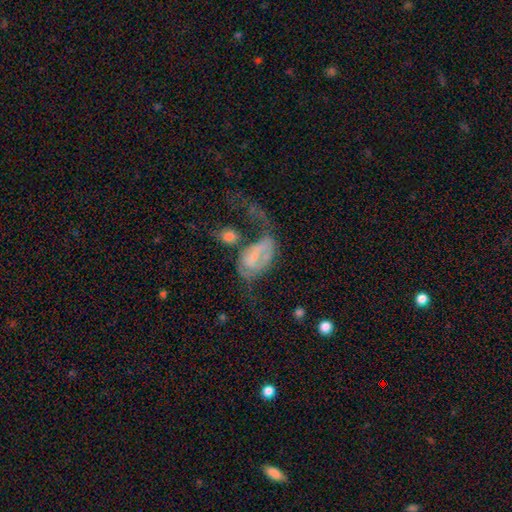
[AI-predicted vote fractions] Smooth or featured?
  - featured or disk: 56% *
  - smooth: 34%
  - star or artifact: 10%
Edge-on disk?
  - no: 94% *
  - yes: 6%
Bar?
  - no: 48% *
  - weak: 35%
  - strong: 16%
Spiral arms?
  - yes: 60% *
  - no: 40%
Bulge size?
  - small: 49% *
  - moderate: 24%
  - none: 22%
  - large: 4%
  - dominant: 2%
Merging?
  - major disturbance: 41% *
  - merger: 30%
  - none: 16%
  - minor disturbance: 13%